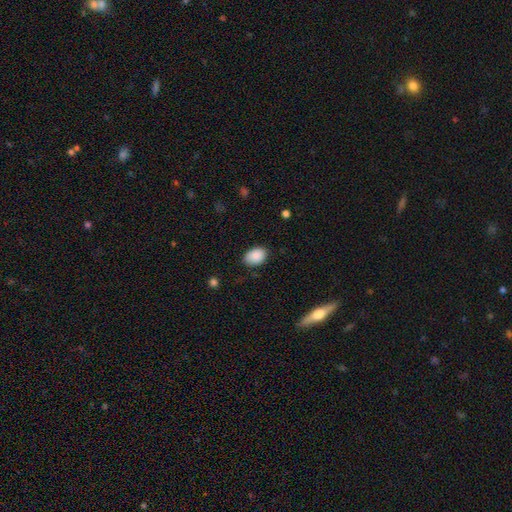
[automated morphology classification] This appears to be a smooth galaxy with no disk features (89%) that is in between round and cigar-shaped (83%). Merging: none (82%).